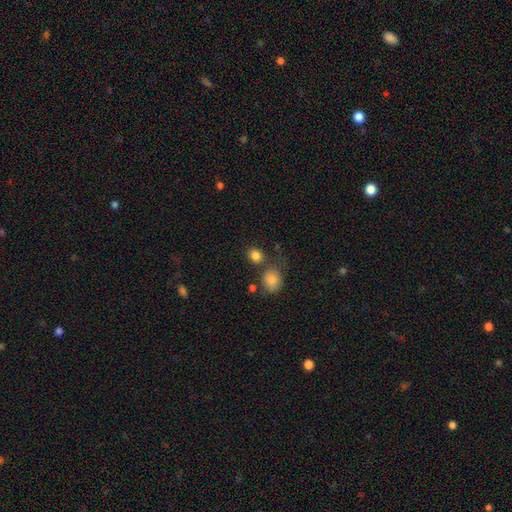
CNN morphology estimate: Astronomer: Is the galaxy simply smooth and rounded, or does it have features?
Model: smooth — 83%.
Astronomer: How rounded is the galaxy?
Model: round — 58% (runner-up: in between, 41%).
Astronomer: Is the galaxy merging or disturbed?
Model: none — 67%.